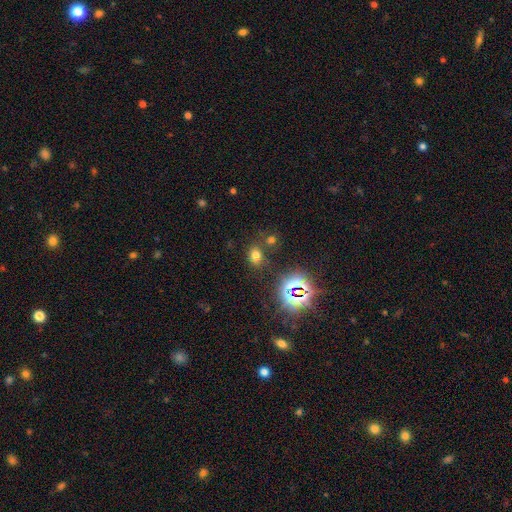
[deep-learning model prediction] smooth_or_featured: smooth (p=0.62) [alt: star or artifact p=0.30]
how_rounded: in between (p=0.55) [alt: round p=0.44]
merging: none (p=0.76) [alt: minor disturbance p=0.11]